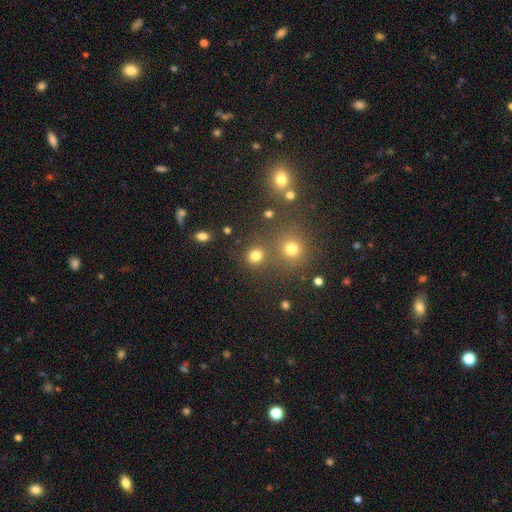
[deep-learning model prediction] Smooth or featured: smooth — 78% (star or artifact — 17%)
How rounded: round — 84% (in between — 14%)
Merging: none — 74% (merger — 15%)